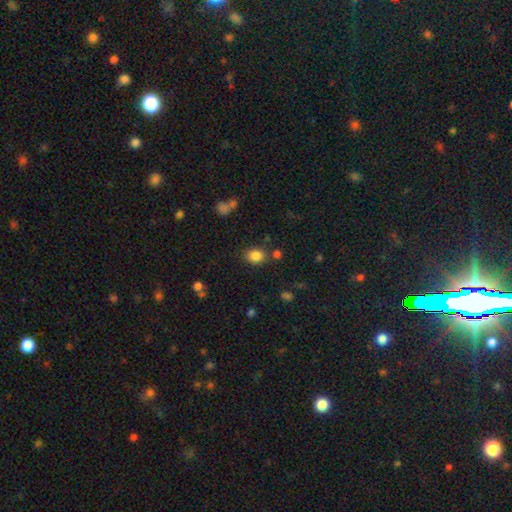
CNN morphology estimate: A smooth galaxy with no disk features (84%) that is in between round and cigar-shaped (51%).

Vote fractions:
- Smooth or featured? smooth: 84% / star or artifact: 11% / featured or disk: 5%
- How rounded? in between: 51% / round: 48% / cigar-shaped: 1%
- Merging? none: 78% / minor disturbance: 12% / merger: 6% / major disturbance: 4%